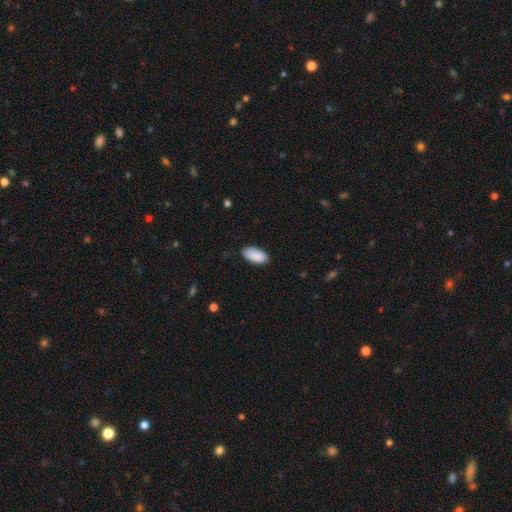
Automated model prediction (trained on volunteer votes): Smooth or featured? Predicted: smooth (p=0.89). How rounded? Predicted: in between (p=0.95). Merging? Predicted: none (p=0.80).